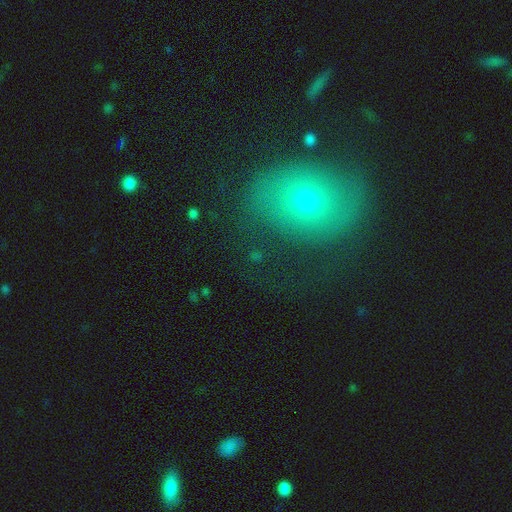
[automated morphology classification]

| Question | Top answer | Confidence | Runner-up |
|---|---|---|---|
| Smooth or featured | smooth | 46% | star or artifact (32%) |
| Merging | none | 73% | minor disturbance (13%) |